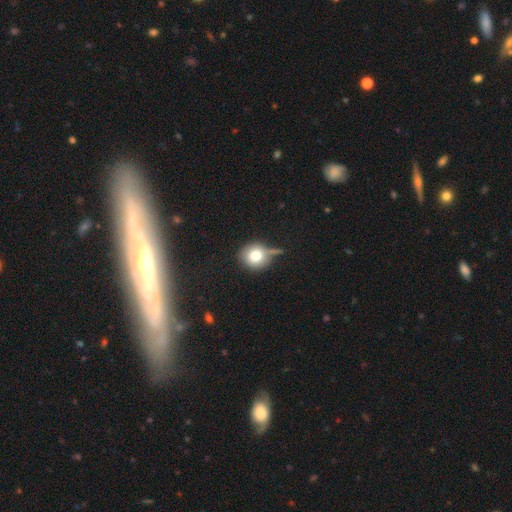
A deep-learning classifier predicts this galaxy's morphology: Q: Smooth or featured?
A: smooth (77%); runner-up: featured or disk (13%)
Q: How rounded?
A: round (86%); runner-up: in between (13%)
Q: Merging?
A: none (59%); runner-up: minor disturbance (23%)